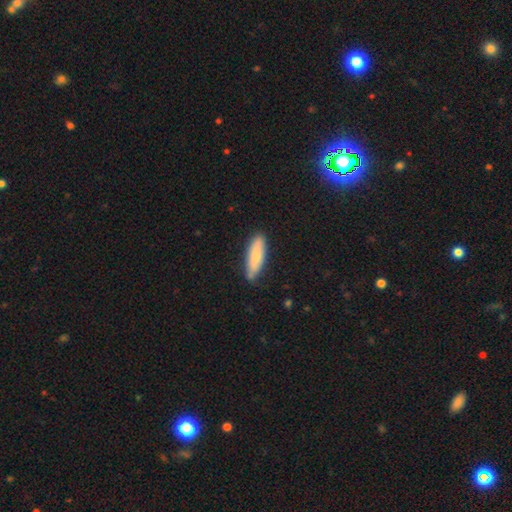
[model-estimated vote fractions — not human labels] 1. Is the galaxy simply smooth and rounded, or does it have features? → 78% smooth, 17% featured or disk, 5% star or artifact.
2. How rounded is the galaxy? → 54% cigar-shaped, 45% in between, 2% round.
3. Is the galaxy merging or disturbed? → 79% none, 17% minor disturbance, 2% major disturbance, 2% merger.